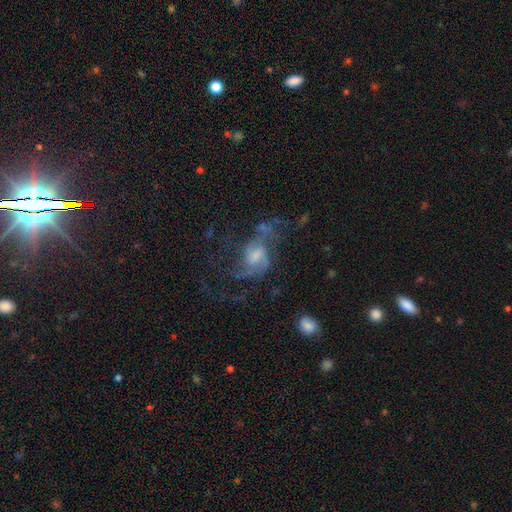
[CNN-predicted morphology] type=featured or disk (77%); edge-on=no (97%); bar=weak (50%); spiral arms=yes (88%); winding=loose (49%); arm count=2 (54%); bulge=moderate (42%); merging=none (42%).